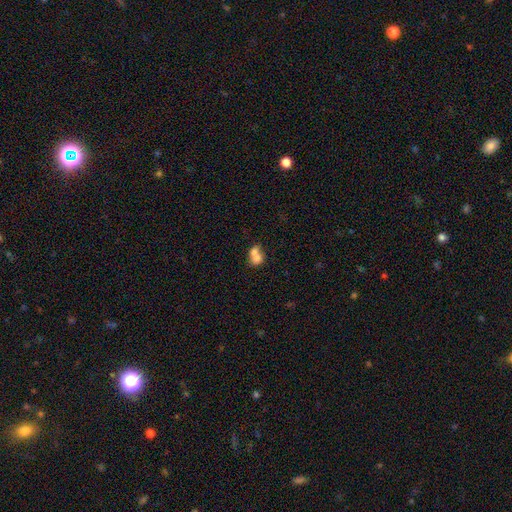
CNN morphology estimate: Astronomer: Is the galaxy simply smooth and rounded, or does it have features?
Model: smooth — 72%.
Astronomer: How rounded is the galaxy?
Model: round — 55% (runner-up: in between, 44%).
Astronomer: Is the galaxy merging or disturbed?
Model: merger — 70%.